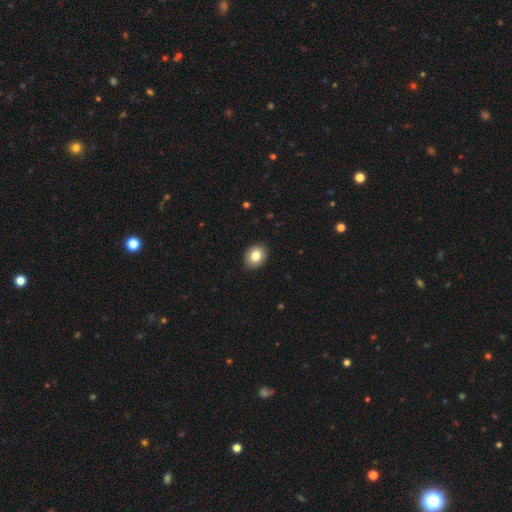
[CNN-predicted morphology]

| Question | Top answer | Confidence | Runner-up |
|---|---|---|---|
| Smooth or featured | smooth | 83% | featured or disk (9%) |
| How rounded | in between | 58% | round (41%) |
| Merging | none | 91% | minor disturbance (7%) |